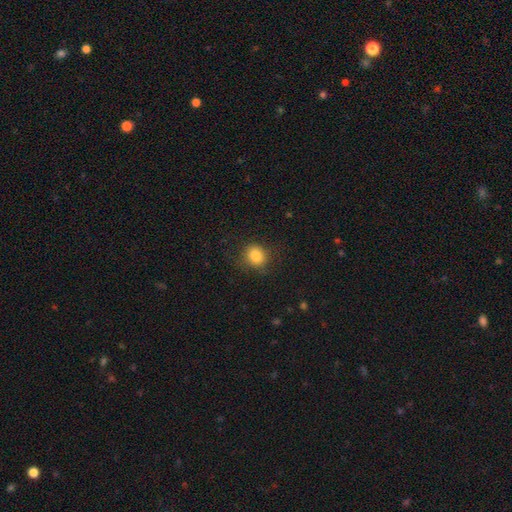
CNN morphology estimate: type=smooth (84%); roundness=round (76%); merging=none (81%).